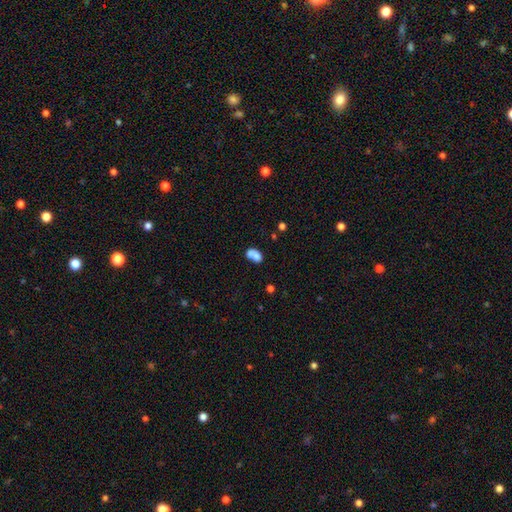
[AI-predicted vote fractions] smooth_or_featured: smooth (p=0.71) [alt: featured or disk p=0.19]
how_rounded: in between (p=0.81) [alt: round p=0.17]
merging: merger (p=0.46) [alt: none p=0.28]